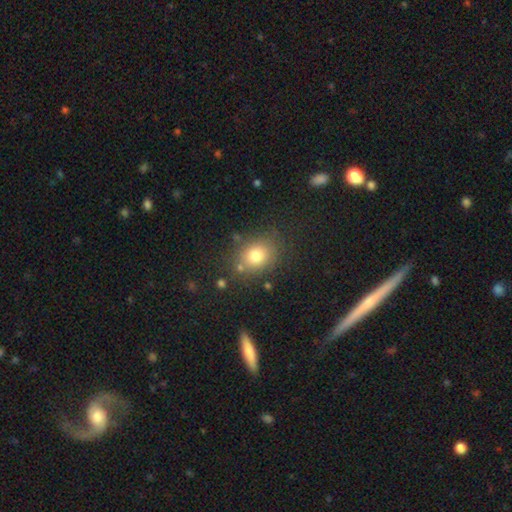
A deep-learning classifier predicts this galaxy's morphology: smooth 78%, star or artifact 12%, featured or disk 9%. Down the decision tree: how rounded — round (51%); merging — none (78%).